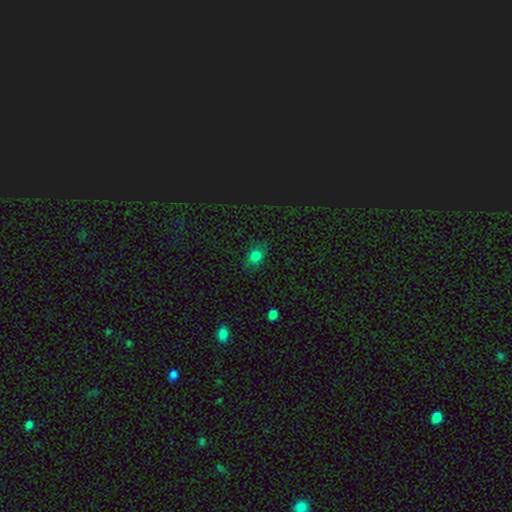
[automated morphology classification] Overall: smooth (76%). How rounded: in between (58%; round 41%). Merging: none (77%).